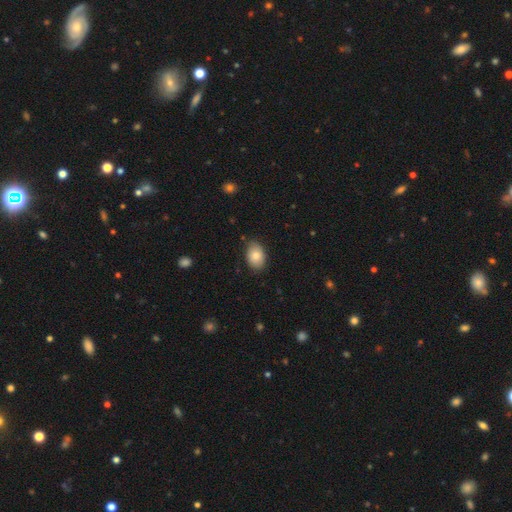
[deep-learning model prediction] A smooth galaxy with no disk features (83%) that is in between round and cigar-shaped (83%).

Vote fractions:
- Smooth or featured? smooth: 83% / featured or disk: 10% / star or artifact: 7%
- How rounded? in between: 83% / round: 16% / cigar-shaped: 1%
- Merging? none: 81% / minor disturbance: 15% / major disturbance: 2% / merger: 1%